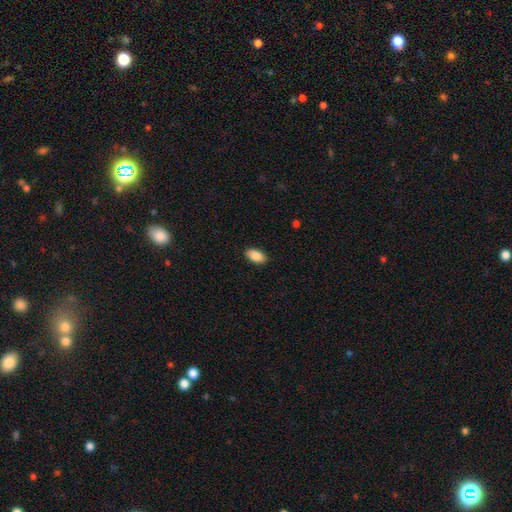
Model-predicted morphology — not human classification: type=smooth (88%); roundness=in between (94%); merging=none (90%).